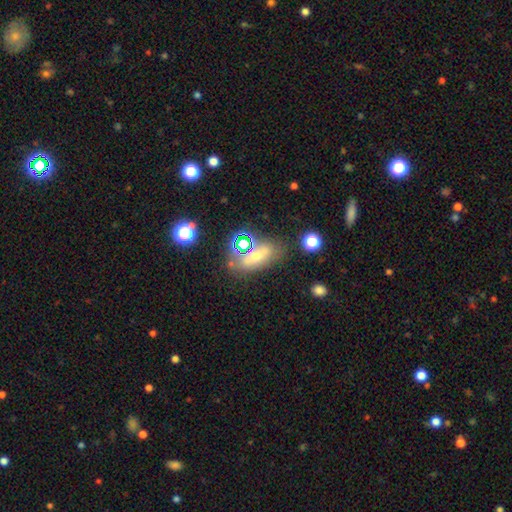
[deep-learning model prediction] This appears to be a smooth galaxy with no disk features (51%) that is in between round and cigar-shaped (70%). Merging: none (62%).